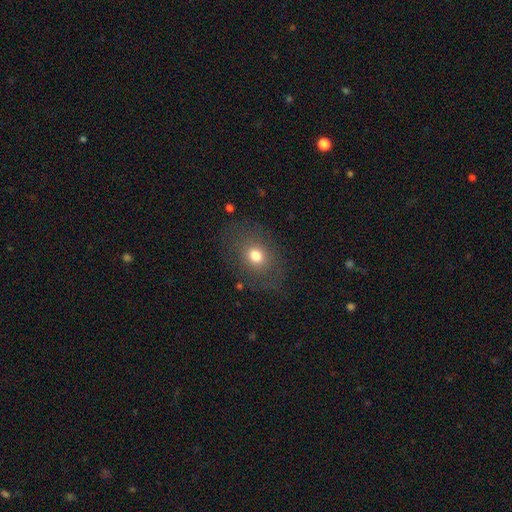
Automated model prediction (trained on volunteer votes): Smooth or featured? smooth (72%)
How rounded? in between (57%)
Merging? none (76%)